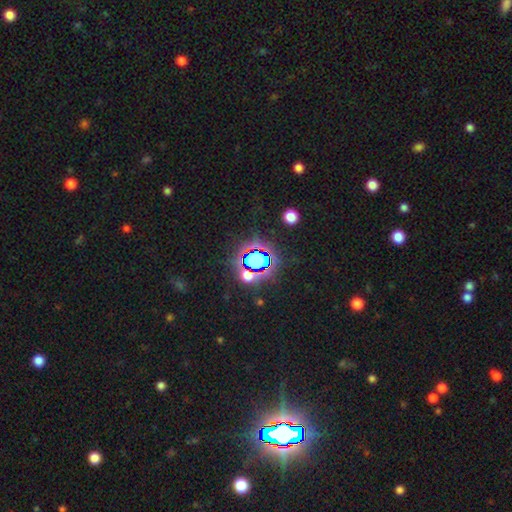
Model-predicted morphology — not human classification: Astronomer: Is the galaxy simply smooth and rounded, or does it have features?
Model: star or artifact — 65%.